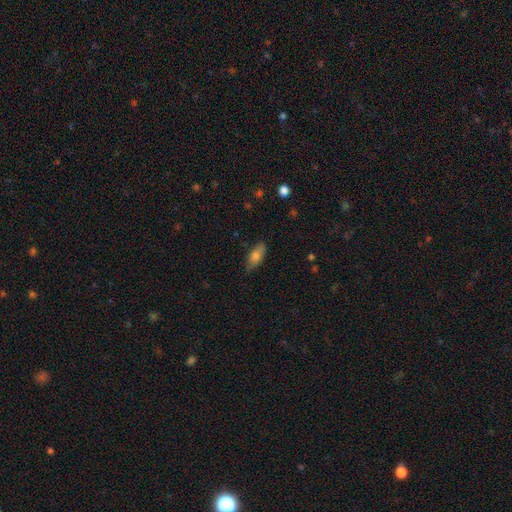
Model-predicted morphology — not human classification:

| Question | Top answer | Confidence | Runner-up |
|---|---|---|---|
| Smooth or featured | smooth | 73% | featured or disk (20%) |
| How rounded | in between | 80% | cigar-shaped (17%) |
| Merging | none | 79% | minor disturbance (17%) |